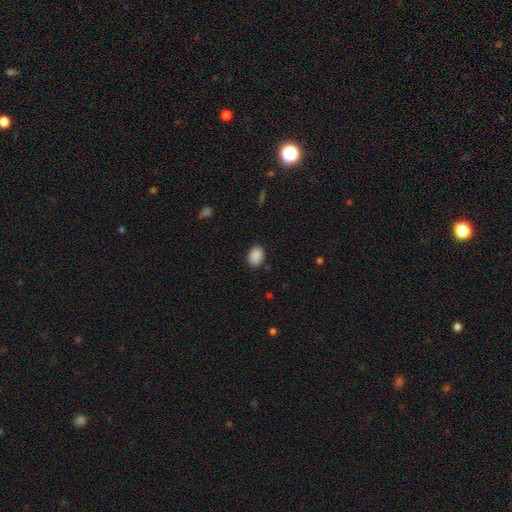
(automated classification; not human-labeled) A smooth galaxy with no disk features (89%) that is in between round and cigar-shaped (71%).

Vote fractions:
- Smooth or featured? smooth: 89% / star or artifact: 8% / featured or disk: 4%
- How rounded? in between: 71% / round: 28% / cigar-shaped: 1%
- Merging? none: 82% / minor disturbance: 14% / major disturbance: 3% / merger: 1%